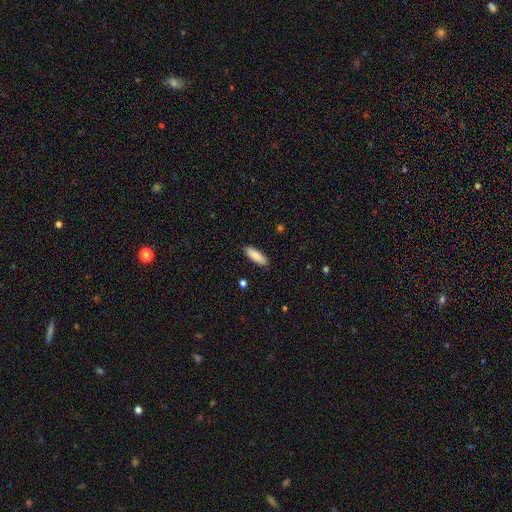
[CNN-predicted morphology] smooth_or_featured: smooth (p=0.85) [alt: featured or disk p=0.09]
how_rounded: in between (p=0.58) [alt: cigar-shaped p=0.41]
merging: none (p=0.90) [alt: minor disturbance p=0.08]